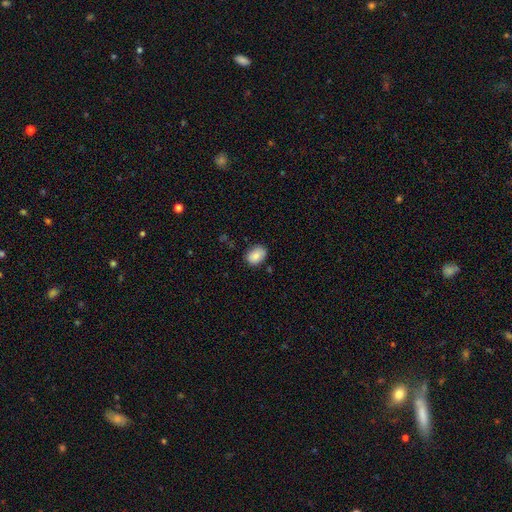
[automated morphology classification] Overall: smooth (84%). How rounded: in between (72%). Merging: none (76%).